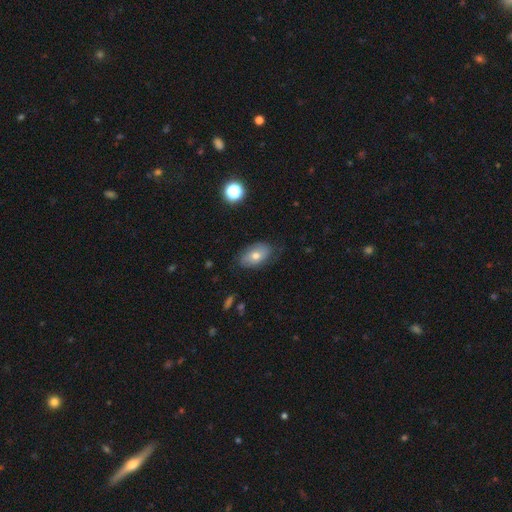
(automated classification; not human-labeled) A smooth galaxy with no disk features (59%) that is in between round and cigar-shaped (88%). Merging: none (69%).